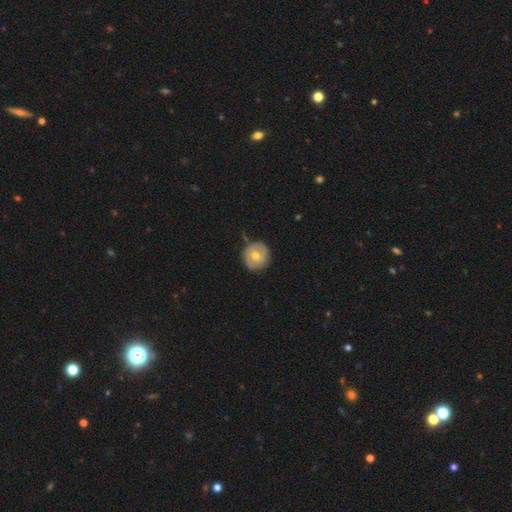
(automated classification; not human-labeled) smooth 49%, featured or disk 44%, star or artifact 7%. Down the decision tree: merging — none (83%).